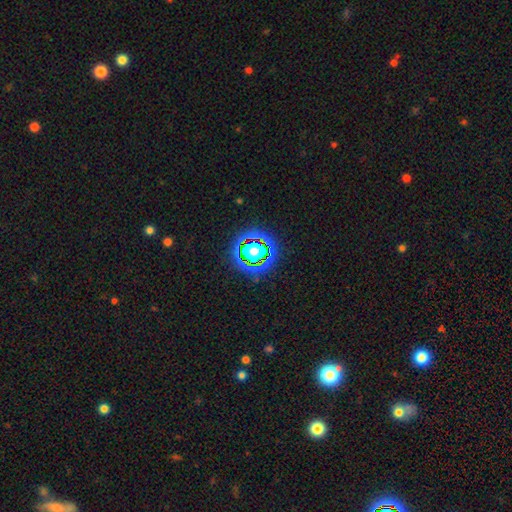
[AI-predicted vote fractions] This appears to be a star or artifact, not a galaxy (79%).